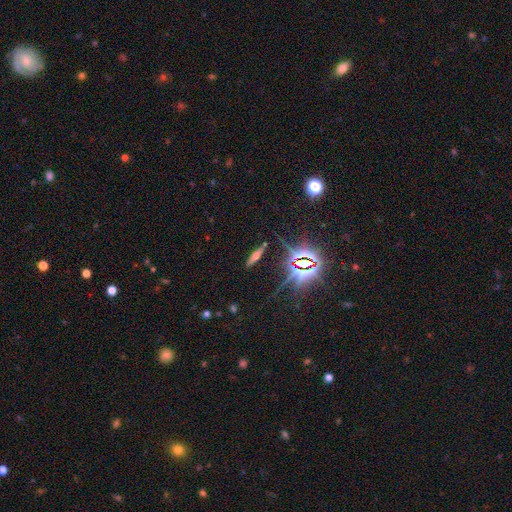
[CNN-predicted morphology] The model was most divided on "smooth or featured": smooth: 36%, featured or disk: 34%, star or artifact: 30%. More confident: merging — none (84%).